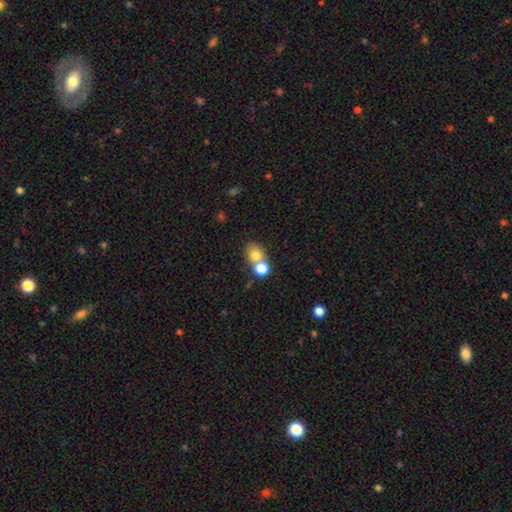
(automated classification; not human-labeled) Q: Smooth or featured?
A: smooth (76%); runner-up: star or artifact (12%)
Q: How rounded?
A: round (65%); runner-up: in between (34%)
Q: Merging?
A: merger (51%); runner-up: none (39%)